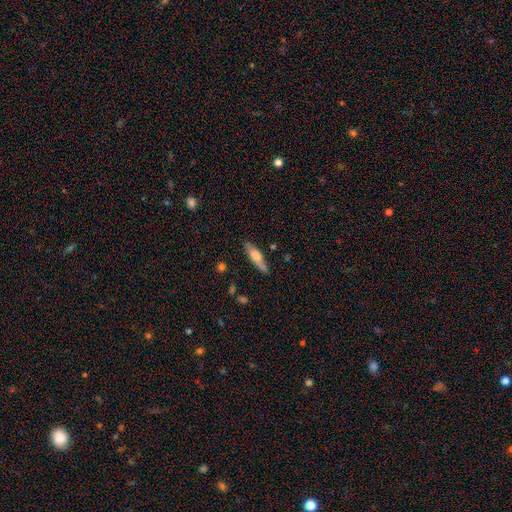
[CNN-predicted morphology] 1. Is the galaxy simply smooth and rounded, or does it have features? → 54% smooth, 40% featured or disk, 7% star or artifact.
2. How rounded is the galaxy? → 67% cigar-shaped, 31% in between, 2% round.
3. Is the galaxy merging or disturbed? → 77% none, 17% minor disturbance, 4% major disturbance, 3% merger.